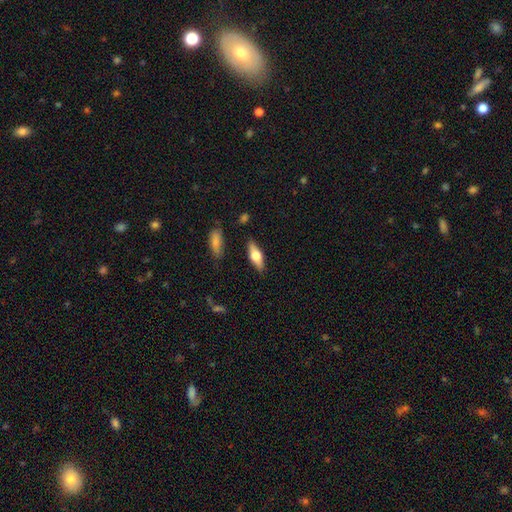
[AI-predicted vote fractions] smooth_or_featured: smooth (p=0.52) [alt: featured or disk p=0.41]
how_rounded: in between (p=0.62) [alt: cigar-shaped p=0.35]
merging: none (p=0.84) [alt: minor disturbance p=0.11]